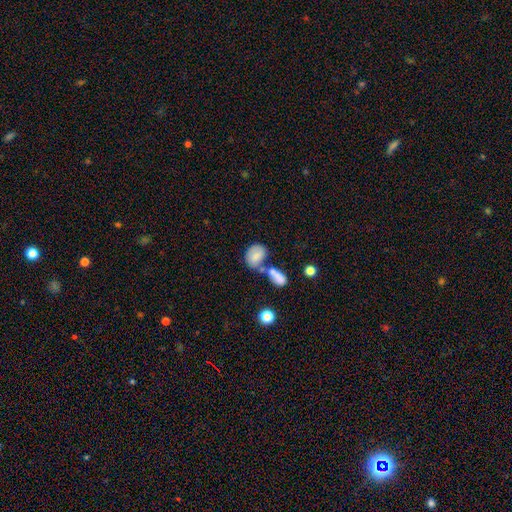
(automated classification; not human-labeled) The model was most divided on "merging": merger: 46%, none: 34%, minor disturbance: 13%, major disturbance: 7%. More confident: smooth or featured — smooth (76%); how rounded — in between (67%).